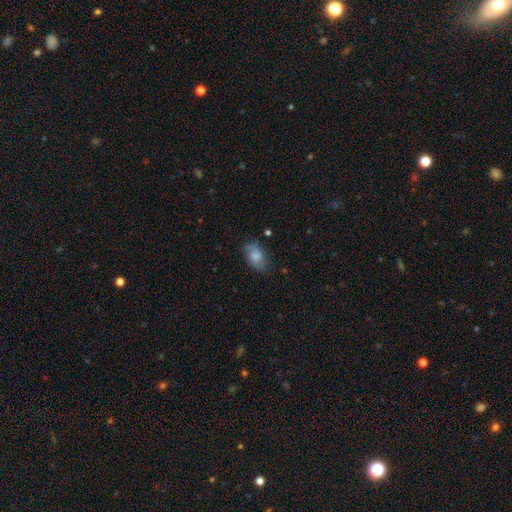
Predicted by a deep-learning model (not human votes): The model was most divided on "smooth or featured": smooth: 63%, featured or disk: 29%, star or artifact: 8%. More confident: how rounded — in between (88%); merging — none (66%).